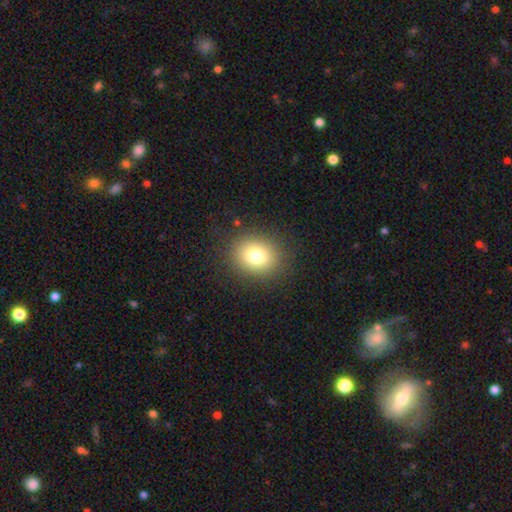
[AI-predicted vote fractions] Smooth or featured? smooth (77%)
How rounded? round (69%)
Merging? none (87%)